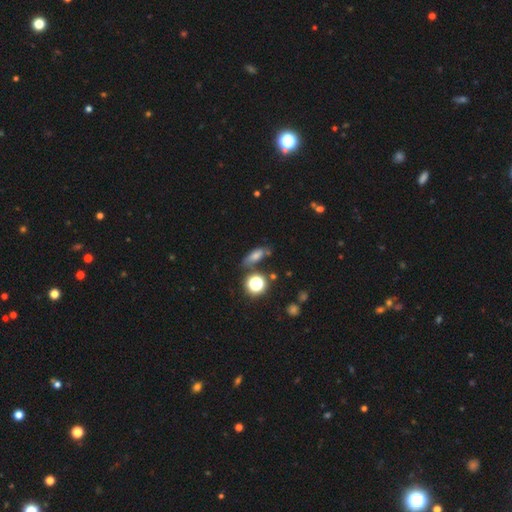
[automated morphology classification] smooth-or-featured: smooth: 51% | star or artifact: 28% | featured or disk: 21%
  how-rounded: in between: 57% | cigar-shaped: 25% | round: 18%
  merging: none: 68% | minor disturbance: 17% | merger: 8% | major disturbance: 7%